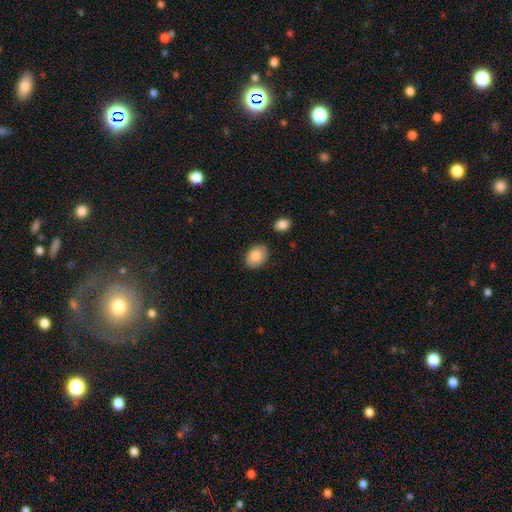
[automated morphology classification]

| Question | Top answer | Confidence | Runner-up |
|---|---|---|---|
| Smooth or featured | smooth | 86% | featured or disk (7%) |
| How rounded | in between | 65% | round (34%) |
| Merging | none | 83% | minor disturbance (12%) |